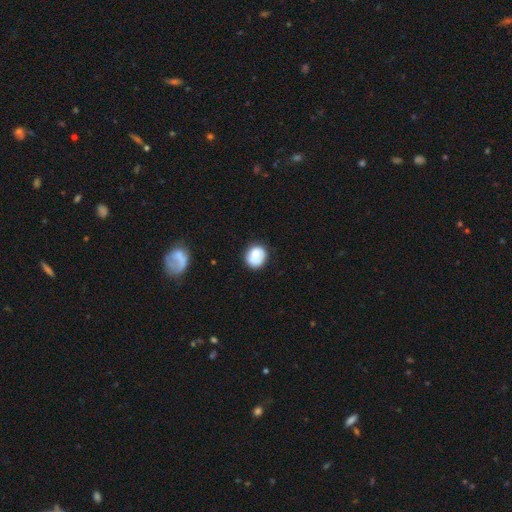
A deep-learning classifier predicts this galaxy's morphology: Smooth or featured? Predicted: smooth (p=0.78). How rounded? Predicted: round (p=0.79). Merging? Predicted: none (p=0.71).